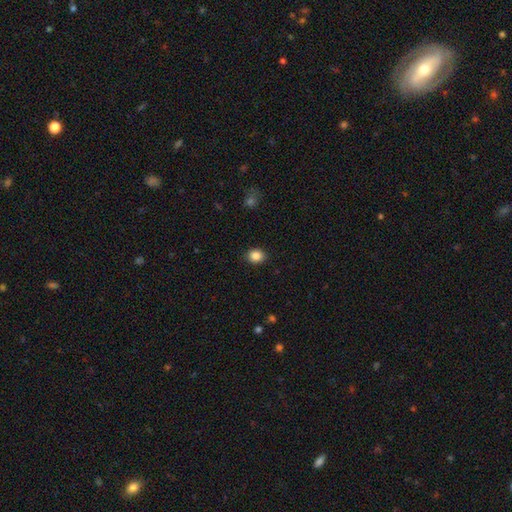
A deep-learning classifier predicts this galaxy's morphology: Smooth or featured?
  - smooth: 86% *
  - star or artifact: 10%
  - featured or disk: 4%
How rounded?
  - round: 61% *
  - in between: 38%
  - cigar-shaped: 1%
Merging?
  - none: 89% *
  - minor disturbance: 8%
  - major disturbance: 2%
  - merger: 1%